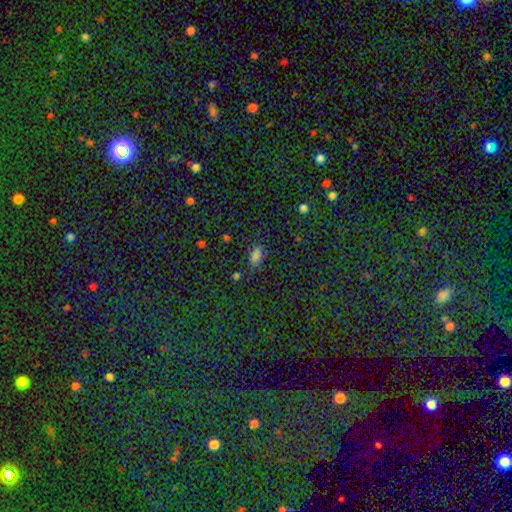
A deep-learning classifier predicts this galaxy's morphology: The model was most divided on "smooth or featured": smooth: 73%, star or artifact: 21%, featured or disk: 6%. More confident: how rounded — in between (88%); merging — none (73%).